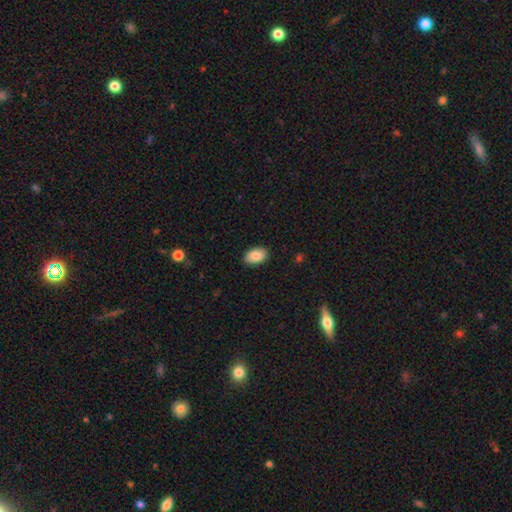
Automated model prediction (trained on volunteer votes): Q: Smooth or featured?
A: smooth (86%); runner-up: featured or disk (7%)
Q: How rounded?
A: in between (92%); runner-up: round (7%)
Q: Merging?
A: none (89%); runner-up: minor disturbance (8%)